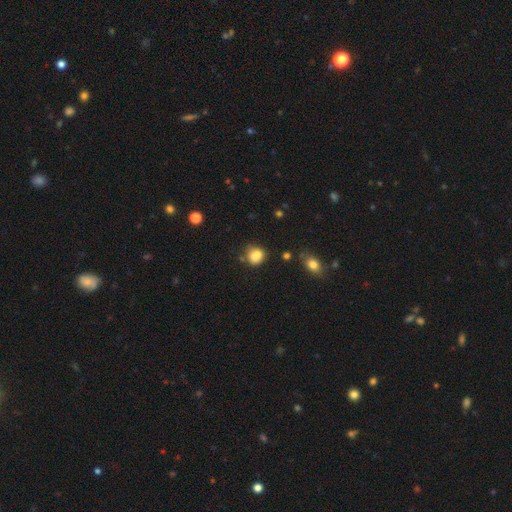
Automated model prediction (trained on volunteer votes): This is clearly a smooth galaxy (82%). How rounded: likely round (64%). Merging: possibly none (56%).